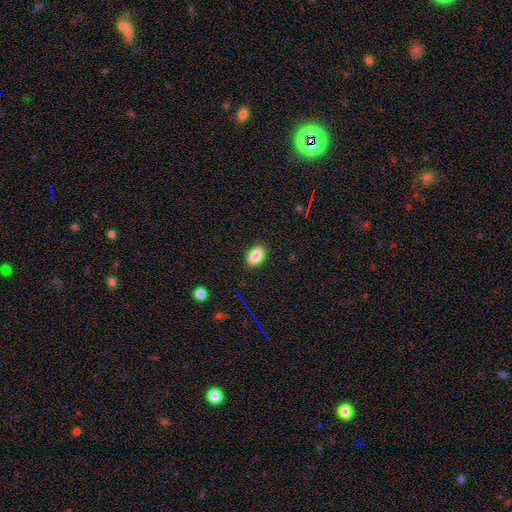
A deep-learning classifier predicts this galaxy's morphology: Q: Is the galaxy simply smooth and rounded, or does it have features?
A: smooth — 85%.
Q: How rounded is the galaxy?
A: in between — 92%.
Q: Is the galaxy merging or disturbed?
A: none — 89%.